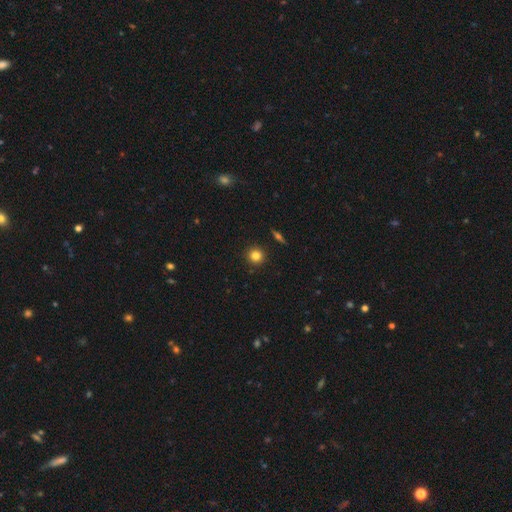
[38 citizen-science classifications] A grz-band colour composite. It shows a smooth galaxy with no disk features (82%) that is round (94%). Merging: none (86%).